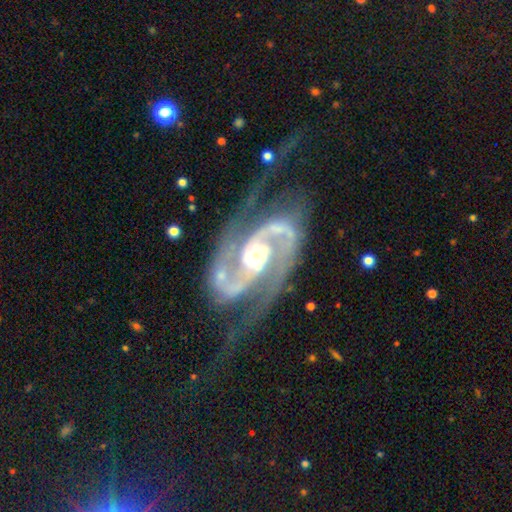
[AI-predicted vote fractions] featured or disk 93%, star or artifact 4%, smooth 3%. Down the decision tree: edge-on disk — no (98%); bar — no (46%); spiral arms — yes (98%); spiral arm count — 2 (90%); spiral winding — medium (58%); bulge size — small (48%); merging — none (55%).